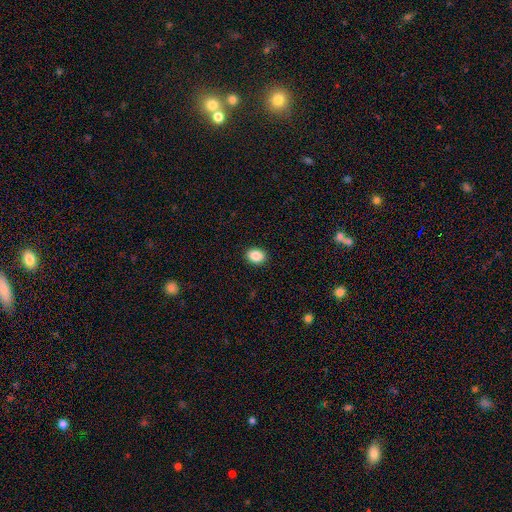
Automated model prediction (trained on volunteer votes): Smooth or featured: smooth — 88% (star or artifact — 8%)
How rounded: in between — 61% (round — 38%)
Merging: none — 91% (minor disturbance — 7%)